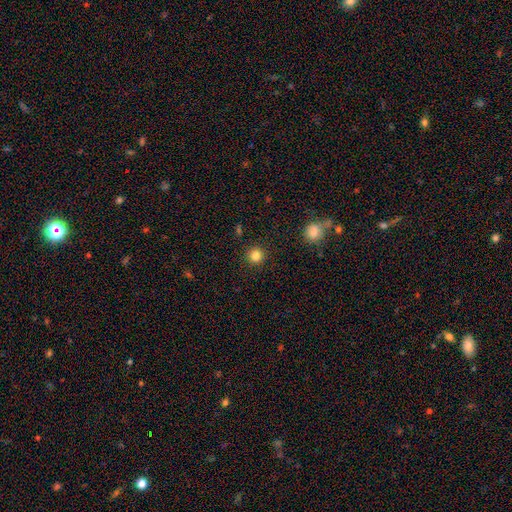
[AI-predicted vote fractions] Smooth or featured? smooth (83%)
How rounded? round (95%)
Merging? none (92%)